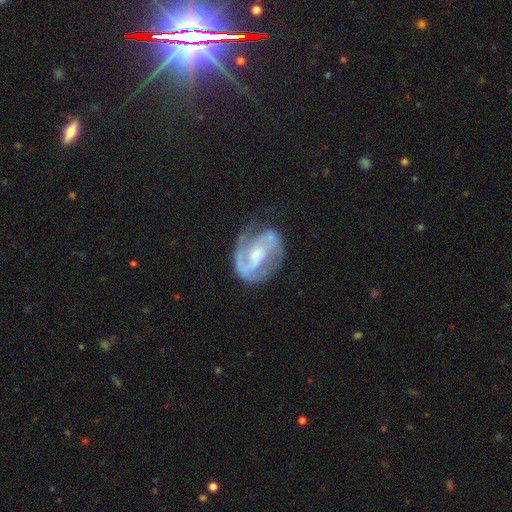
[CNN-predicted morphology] Smooth or featured?
  - featured or disk: 85% *
  - smooth: 10%
  - star or artifact: 5%
Edge-on disk?
  - no: 97% *
  - yes: 3%
Bar?
  - weak: 42% *
  - no: 40%
  - strong: 19%
Spiral arms?
  - yes: 93% *
  - no: 7%
Spiral winding?
  - medium: 48% *
  - tight: 36%
  - loose: 16%
Spiral arm count?
  - 2: 73% *
  - can't tell: 10%
  - 1: 7%
  - 3: 5%
  - 4: 2%
  - more than 4: 2%
Bulge size?
  - small: 53% *
  - moderate: 37%
  - none: 5%
  - large: 3%
  - dominant: 1%
Merging?
  - none: 59% *
  - minor disturbance: 23%
  - major disturbance: 15%
  - merger: 3%